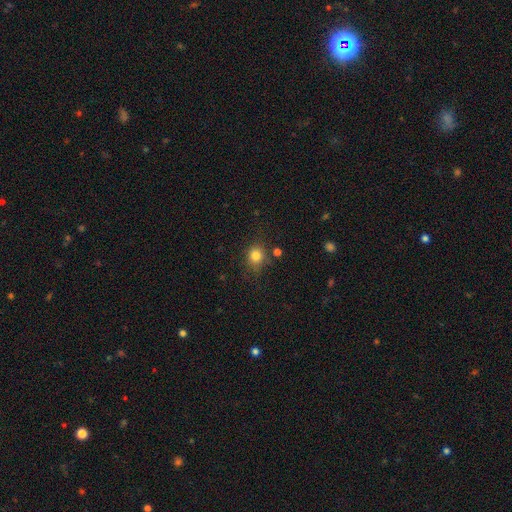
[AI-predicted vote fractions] A smooth galaxy with no disk features (82%) that is round (75%).

Vote fractions:
- Smooth or featured? smooth: 82% / star or artifact: 12% / featured or disk: 6%
- How rounded? round: 75% / in between: 24% / cigar-shaped: 1%
- Merging? none: 76% / minor disturbance: 15% / merger: 5% / major disturbance: 4%